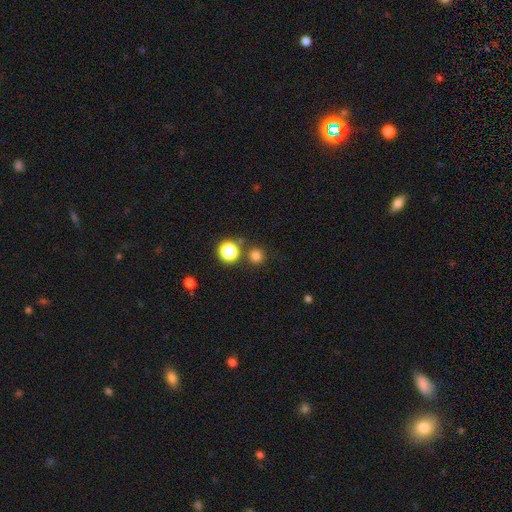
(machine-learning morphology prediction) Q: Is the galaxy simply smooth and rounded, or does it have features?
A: smooth — 78%.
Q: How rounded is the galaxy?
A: round — 94%.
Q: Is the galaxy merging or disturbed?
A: none — 84%.